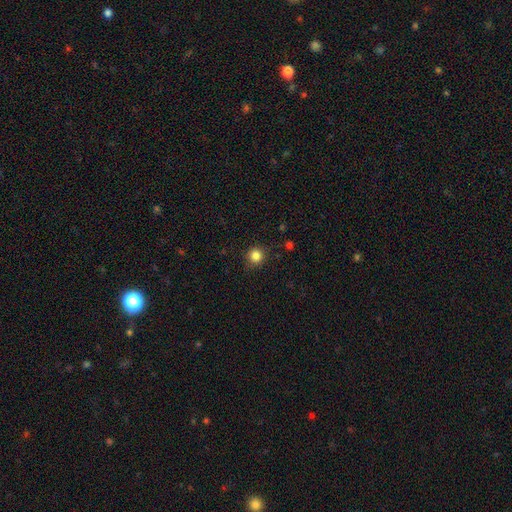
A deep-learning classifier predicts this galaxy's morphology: Q: Smooth or featured?
A: smooth (84%); runner-up: star or artifact (12%)
Q: How rounded?
A: round (93%); runner-up: in between (6%)
Q: Merging?
A: none (88%); runner-up: minor disturbance (8%)